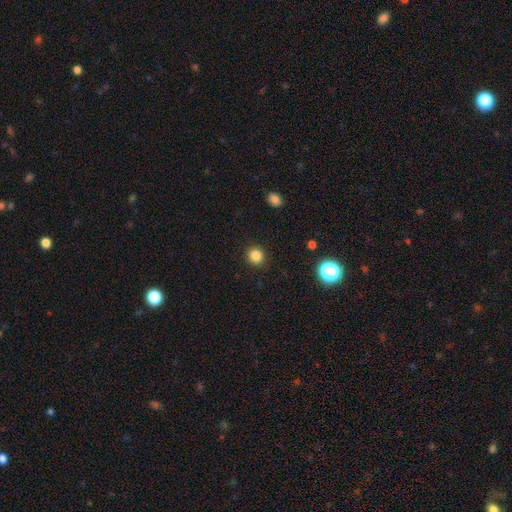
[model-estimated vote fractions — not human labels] A smooth galaxy with no disk features (85%) that is round (91%).

Vote fractions:
- Smooth or featured? smooth: 85% / star or artifact: 12% / featured or disk: 3%
- How rounded? round: 91% / in between: 8% / cigar-shaped: 1%
- Merging? none: 92% / minor disturbance: 5% / major disturbance: 2% / merger: 1%